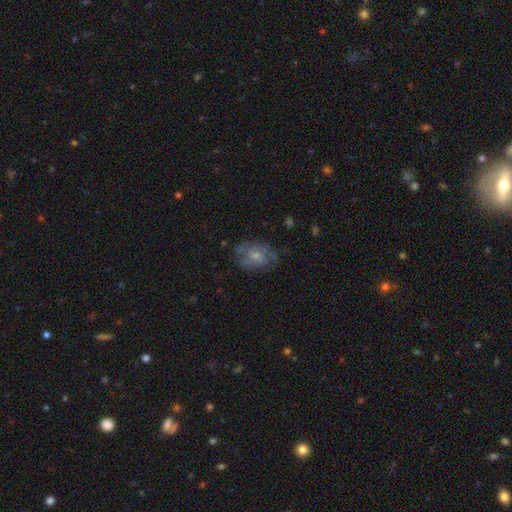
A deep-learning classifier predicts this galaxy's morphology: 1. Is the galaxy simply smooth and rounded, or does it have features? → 51% featured or disk, 40% smooth, 9% star or artifact.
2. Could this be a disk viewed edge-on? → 96% no, 4% yes.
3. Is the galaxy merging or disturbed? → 60% none, 25% minor disturbance, 14% major disturbance, 2% merger.